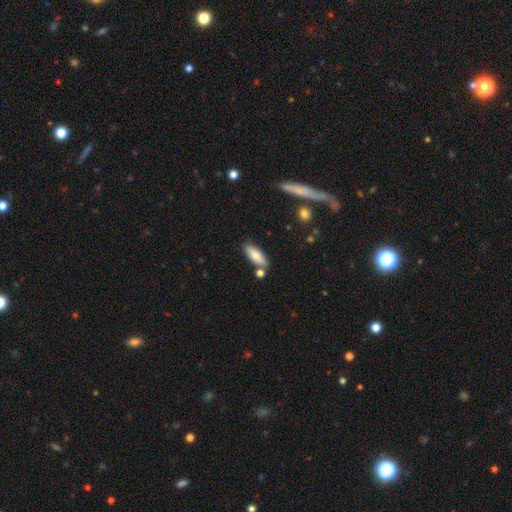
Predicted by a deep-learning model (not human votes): A smooth galaxy with no disk features (79%) that is in between round and cigar-shaped (59%).

Vote fractions:
- Smooth or featured? smooth: 79% / featured or disk: 15% / star or artifact: 6%
- How rounded? in between: 59% / cigar-shaped: 39% / round: 2%
- Merging? none: 78% / minor disturbance: 11% / merger: 8% / major disturbance: 2%